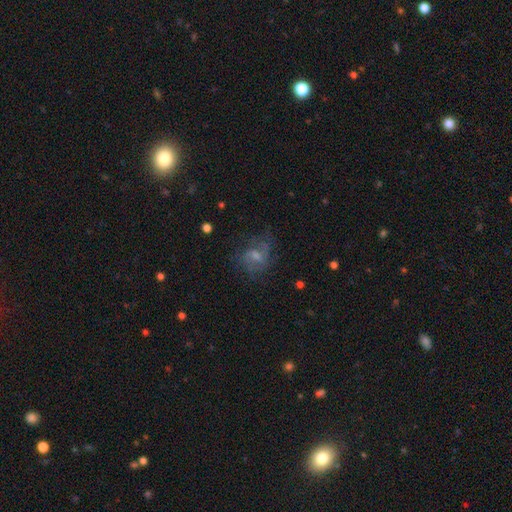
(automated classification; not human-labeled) featured or disk 56%, smooth 24%, star or artifact 20%. Down the decision tree: edge-on disk — no (96%); bar — weak (49%); spiral arms — yes (82%); bulge size — moderate (40%); merging — none (64%).